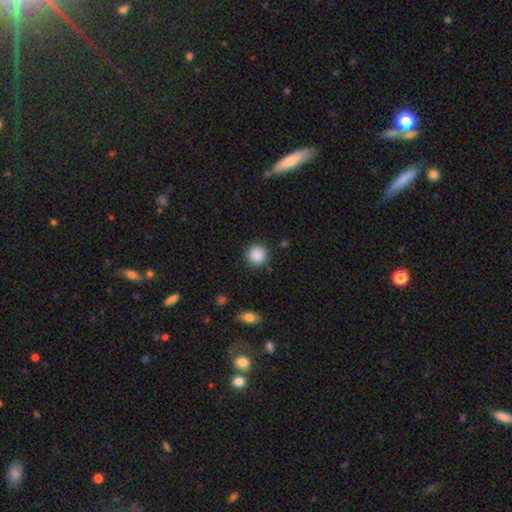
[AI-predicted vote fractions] Smooth or featured? Predicted: smooth (p=0.89). How rounded? Predicted: round (p=0.94). Merging? Predicted: none (p=0.90).